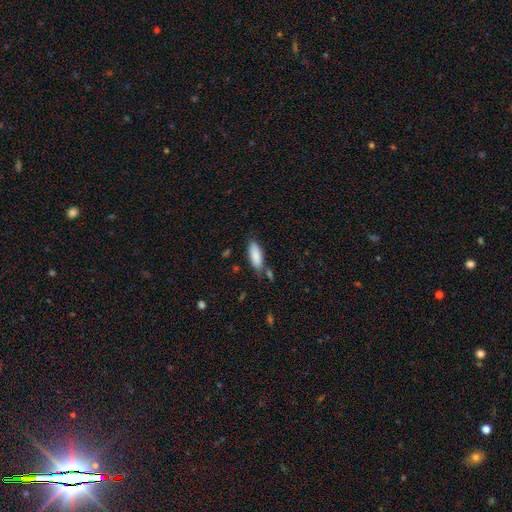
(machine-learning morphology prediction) Q: Smooth or featured?
A: smooth (87%); runner-up: featured or disk (7%)
Q: How rounded?
A: in between (78%); runner-up: cigar-shaped (21%)
Q: Merging?
A: none (69%); runner-up: minor disturbance (18%)